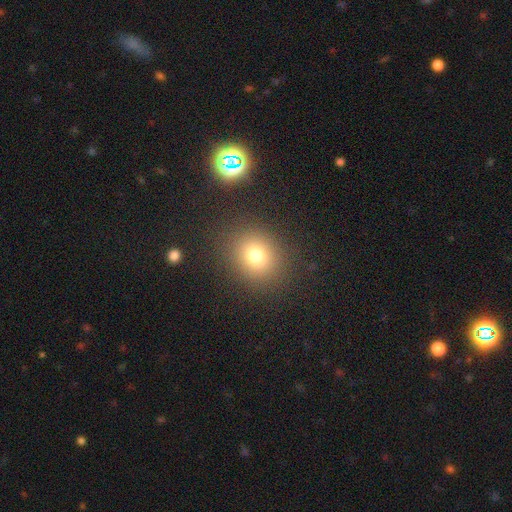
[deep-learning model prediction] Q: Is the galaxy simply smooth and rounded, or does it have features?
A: smooth — 75%.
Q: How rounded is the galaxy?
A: round — 73%.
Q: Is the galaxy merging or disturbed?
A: none — 86%.